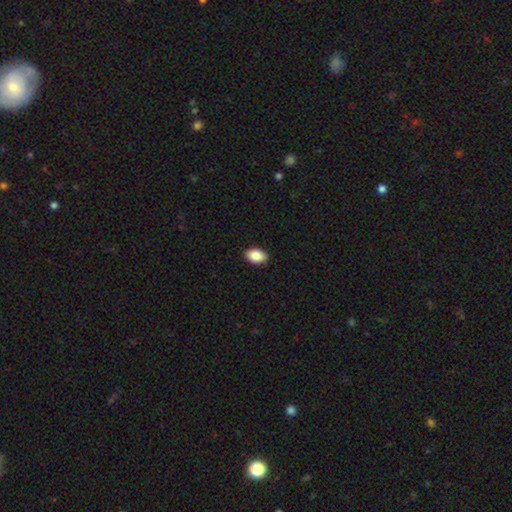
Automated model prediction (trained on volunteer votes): This is clearly a smooth galaxy (88%). How rounded: clearly in between (87%). Merging: clearly none (90%).